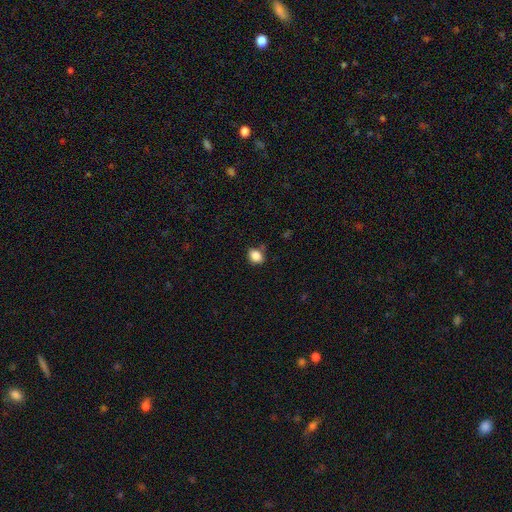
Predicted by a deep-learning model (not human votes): smooth_or_featured: smooth (p=0.86) [alt: star or artifact p=0.10]
how_rounded: round (p=0.50) [alt: in between p=0.49]
merging: none (p=0.75) [alt: minor disturbance p=0.17]